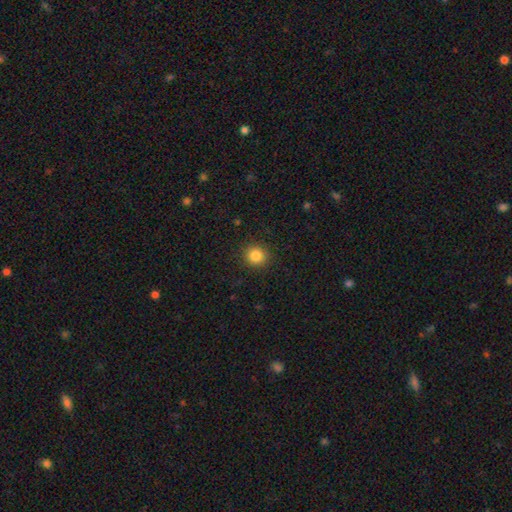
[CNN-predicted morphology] Smooth or featured: smooth — 84% (star or artifact — 11%)
How rounded: round — 90% (in between — 9%)
Merging: none — 91% (minor disturbance — 6%)